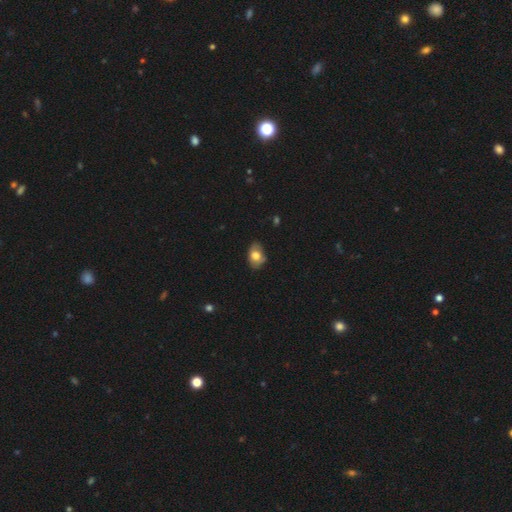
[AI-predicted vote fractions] Smooth or featured: smooth — 73% (featured or disk — 19%)
How rounded: in between — 82% (round — 17%)
Merging: none — 70% (minor disturbance — 24%)